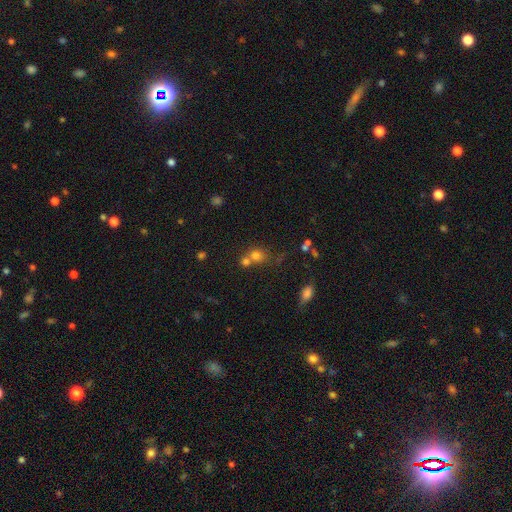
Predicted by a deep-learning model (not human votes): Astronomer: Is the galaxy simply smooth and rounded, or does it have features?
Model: smooth — 73%.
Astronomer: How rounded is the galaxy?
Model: round — 74%.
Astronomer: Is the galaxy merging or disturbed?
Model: none — 45% (runner-up: merger, 42%).